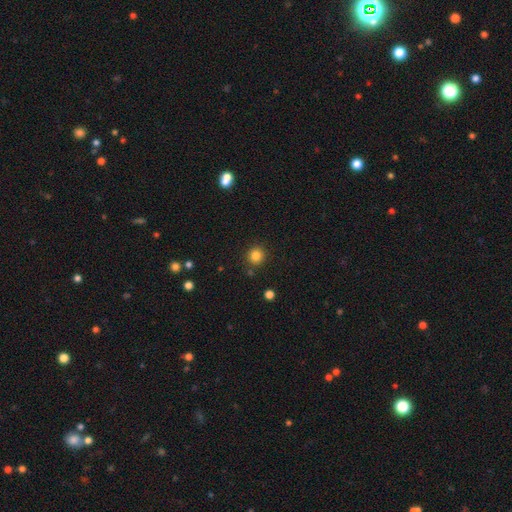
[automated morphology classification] type=smooth (83%); roundness=round (92%); merging=none (87%).